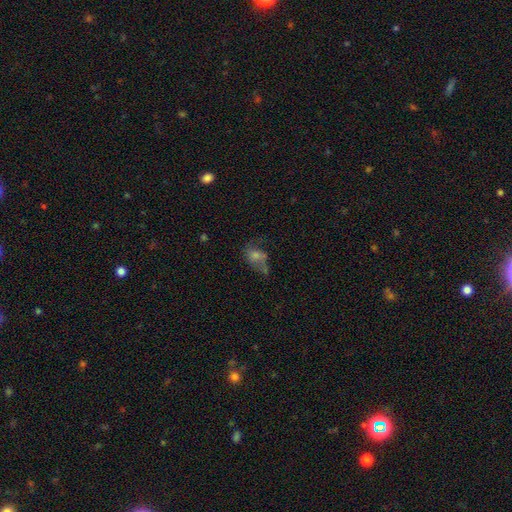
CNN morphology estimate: type=featured or disk (44%); merging=none (41%).